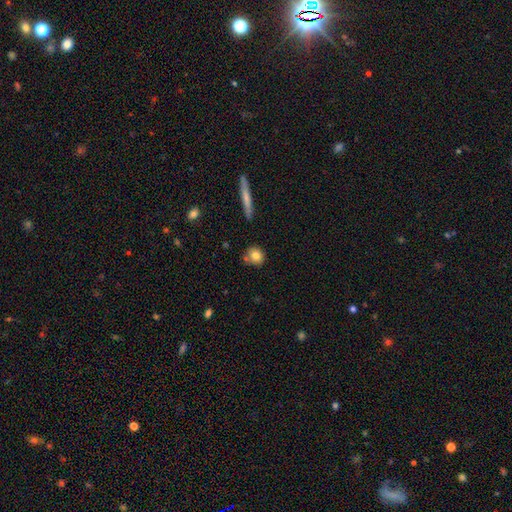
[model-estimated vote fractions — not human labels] smooth_or_featured: smooth (p=0.78) [alt: featured or disk p=0.13]
how_rounded: round (p=0.80) [alt: in between p=0.17]
merging: none (p=0.74) [alt: minor disturbance p=0.15]